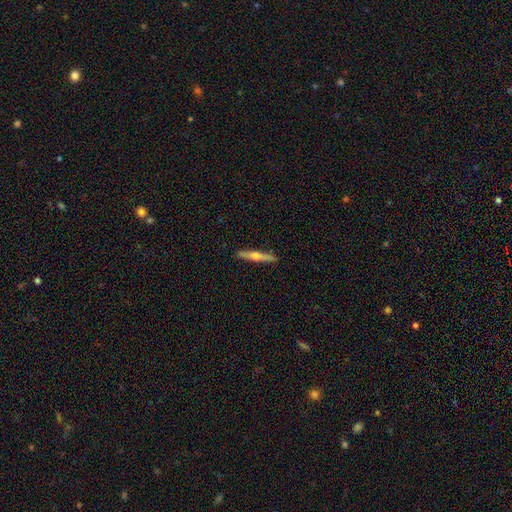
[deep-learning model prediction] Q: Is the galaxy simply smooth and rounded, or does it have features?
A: featured or disk — 63%.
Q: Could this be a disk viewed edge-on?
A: yes — 97%.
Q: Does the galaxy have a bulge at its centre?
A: rounded — 91%.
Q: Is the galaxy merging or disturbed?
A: none — 91%.